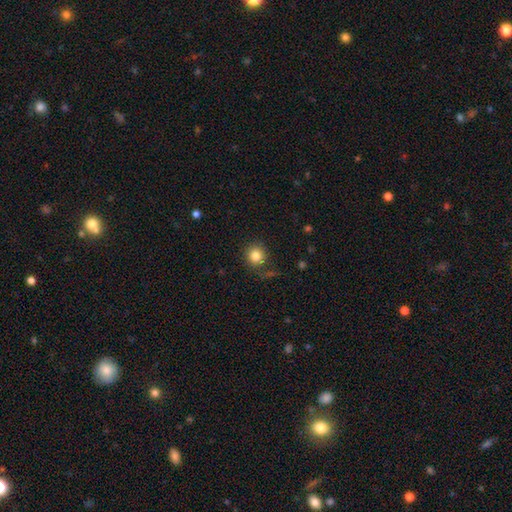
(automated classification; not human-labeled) A smooth galaxy with no disk features (83%) that is round (93%). Merging: none (84%).